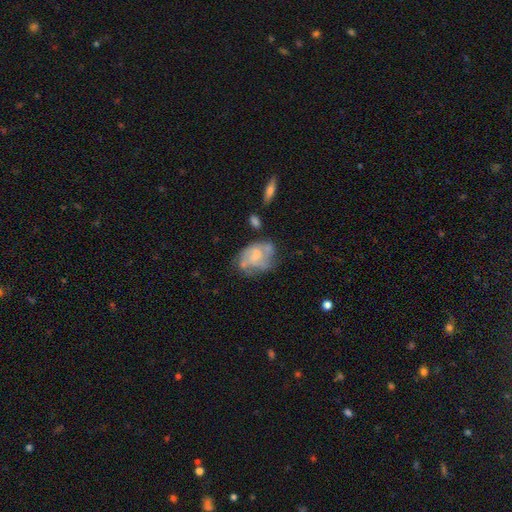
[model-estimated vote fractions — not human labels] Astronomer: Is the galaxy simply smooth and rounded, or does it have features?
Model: featured or disk — 61%.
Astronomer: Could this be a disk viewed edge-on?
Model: no — 97%.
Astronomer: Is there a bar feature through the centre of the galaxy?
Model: no — 56% (runner-up: weak, 38%).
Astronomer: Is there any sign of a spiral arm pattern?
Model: yes — 63%.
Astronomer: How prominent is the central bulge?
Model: small — 40% (runner-up: moderate, 31%).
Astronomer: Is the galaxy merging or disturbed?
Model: none — 46% (runner-up: minor disturbance, 27%).